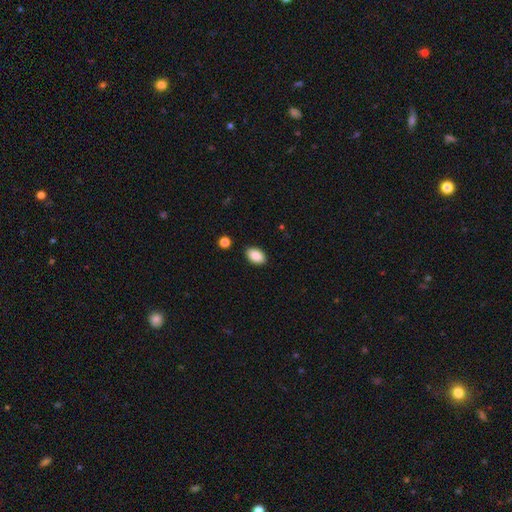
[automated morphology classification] Smooth or featured? smooth (89%)
How rounded? in between (92%)
Merging? none (88%)